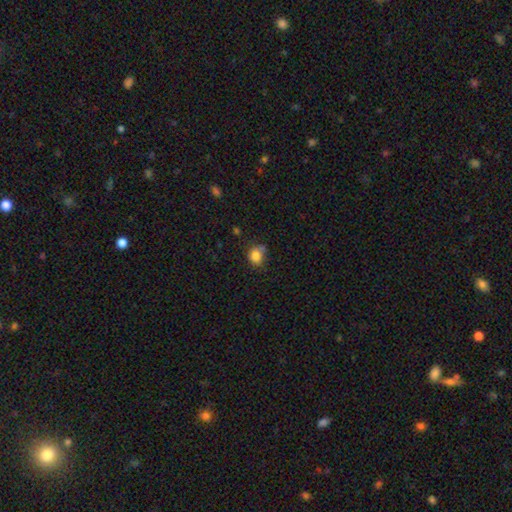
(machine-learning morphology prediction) A smooth galaxy with no disk features (82%) that is round (71%). Merging: none (59%).